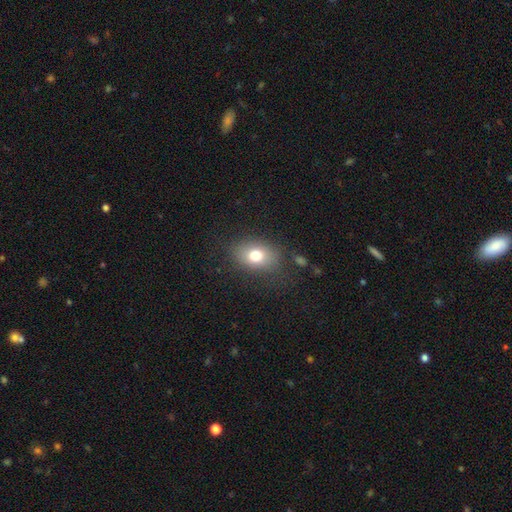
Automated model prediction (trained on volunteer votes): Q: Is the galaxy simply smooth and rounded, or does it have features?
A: smooth — 75%.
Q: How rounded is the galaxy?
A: in between — 70%.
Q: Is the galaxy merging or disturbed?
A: none — 77%.